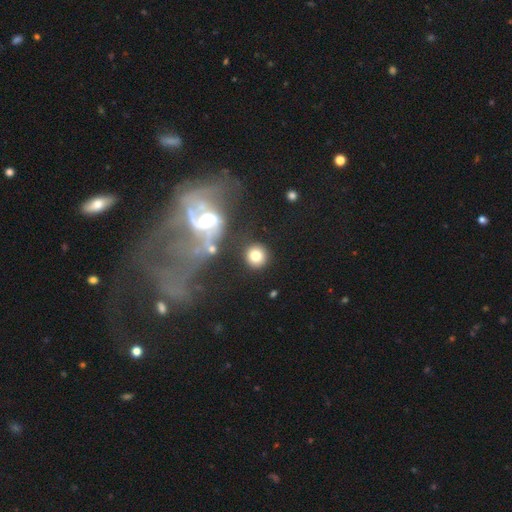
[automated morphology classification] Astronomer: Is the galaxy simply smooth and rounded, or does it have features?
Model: smooth — 75%.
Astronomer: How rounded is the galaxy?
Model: round — 92%.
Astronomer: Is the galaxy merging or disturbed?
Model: none — 80%.